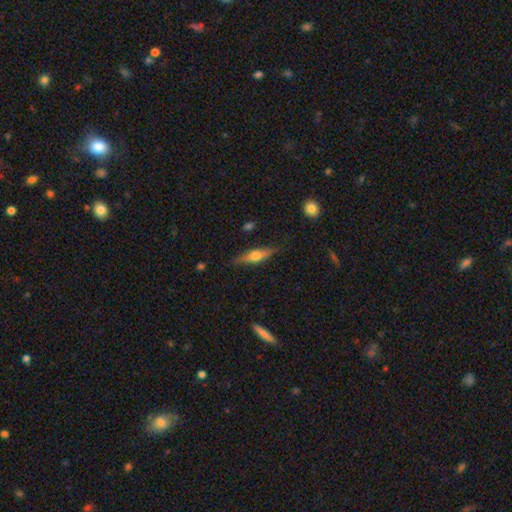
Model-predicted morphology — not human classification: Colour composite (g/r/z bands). It shows a featured or disk galaxy (58%) viewed edge-on (94%) with a rounded central bulge (91%). Merging: none (83%).